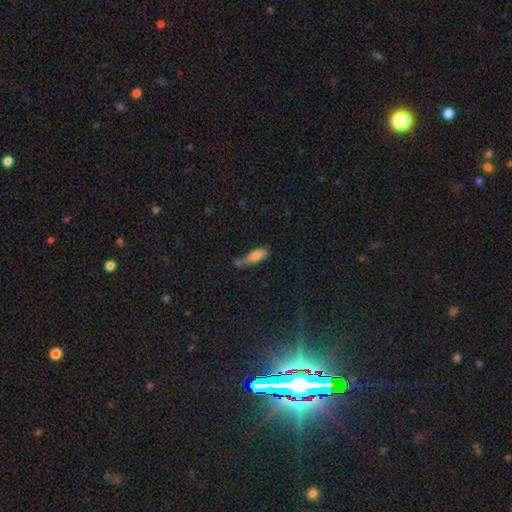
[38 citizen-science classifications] A smooth galaxy with no disk features (66%) that is in between round and cigar-shaped (88%).

Vote fractions:
- Smooth or featured? smooth: 66% / featured or disk: 26% / star or artifact: 8%
- How rounded? in between: 88% / cigar-shaped: 8% / round: 4%
- Merging? none: 43% / minor disturbance: 34% / major disturbance: 11% / merger: 11%